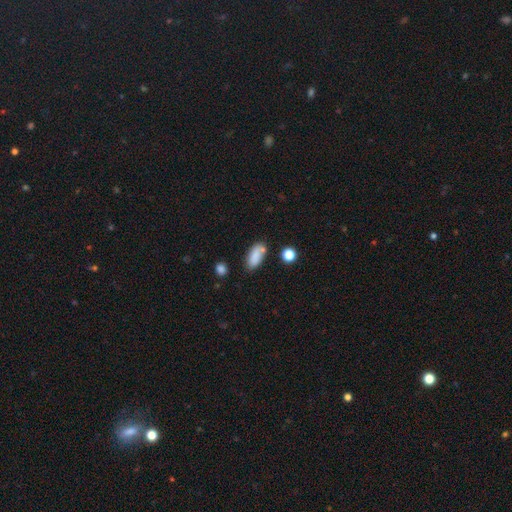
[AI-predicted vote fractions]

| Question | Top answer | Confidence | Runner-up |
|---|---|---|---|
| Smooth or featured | smooth | 81% | featured or disk (10%) |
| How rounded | in between | 85% | cigar-shaped (11%) |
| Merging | none | 63% | minor disturbance (20%) |